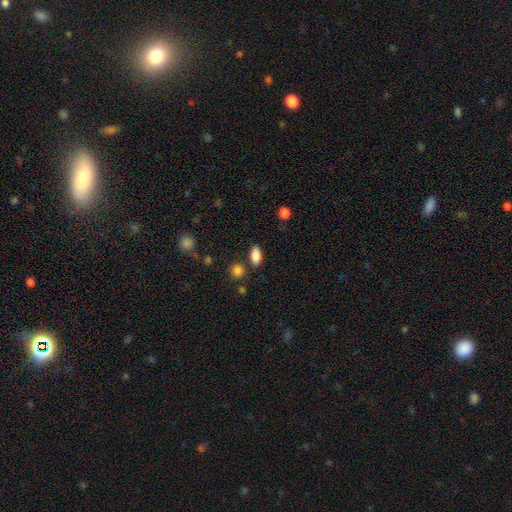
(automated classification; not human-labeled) The model was most divided on "merging": none: 83%, minor disturbance: 10%, merger: 4%, major disturbance: 3%. More confident: how rounded — in between (88%); smooth or featured — smooth (87%).